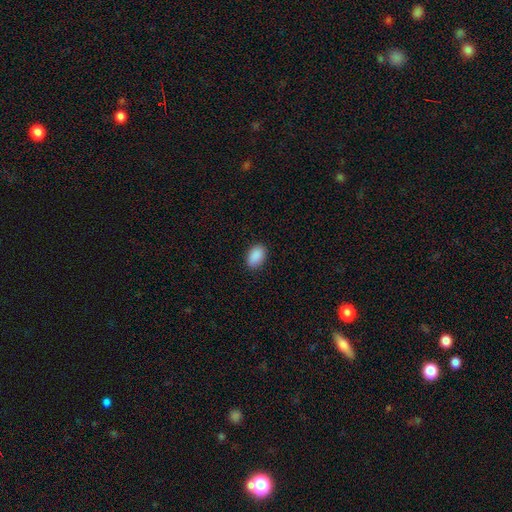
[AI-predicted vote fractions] Smooth or featured?
  - smooth: 91% *
  - star or artifact: 7%
  - featured or disk: 3%
How rounded?
  - in between: 90% *
  - round: 9%
  - cigar-shaped: 1%
Merging?
  - none: 88% *
  - minor disturbance: 9%
  - major disturbance: 2%
  - merger: 1%